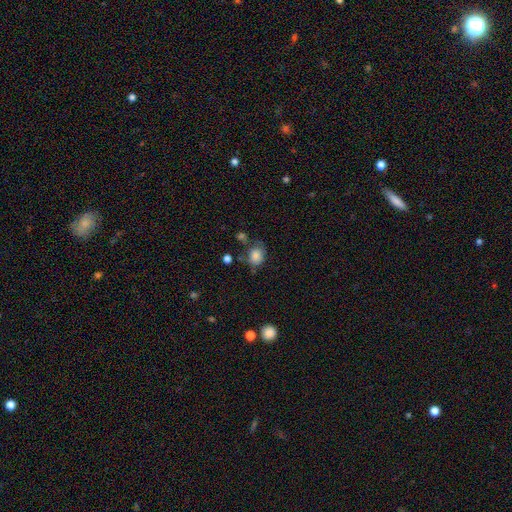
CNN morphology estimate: type=smooth (81%); roundness=in between (50%); merging=none (49%).